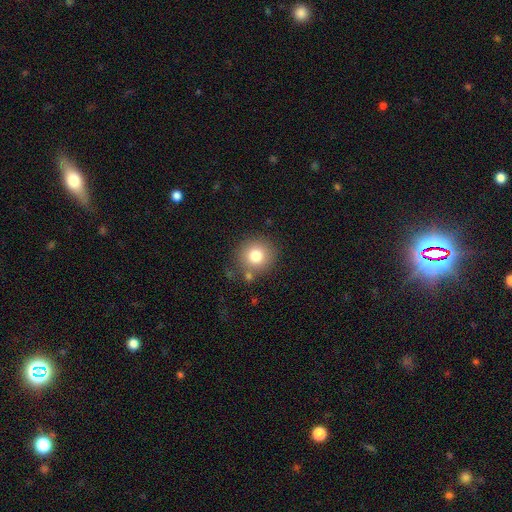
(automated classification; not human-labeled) Morphology: type=smooth (79%); roundness=round (91%); merging=none (78%).